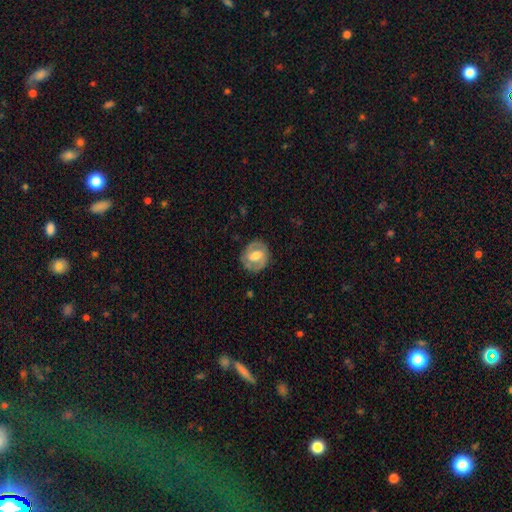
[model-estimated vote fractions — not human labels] Smooth or featured?
  - featured or disk: 58% *
  - smooth: 35%
  - star or artifact: 6%
Edge-on disk?
  - no: 96% *
  - yes: 4%
Bar?
  - weak: 47% *
  - strong: 27%
  - no: 25%
Spiral arms?
  - yes: 65% *
  - no: 35%
Bulge size?
  - moderate: 58% *
  - large: 24%
  - small: 13%
  - none: 3%
  - dominant: 2%
Merging?
  - none: 81% *
  - minor disturbance: 13%
  - major disturbance: 5%
  - merger: 1%